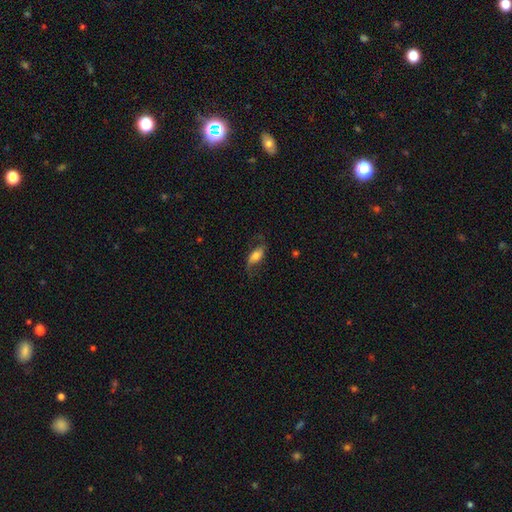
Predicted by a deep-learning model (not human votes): Overall: smooth (51%; featured or disk 41%). How rounded: in between (82%). Merging: none (65%).